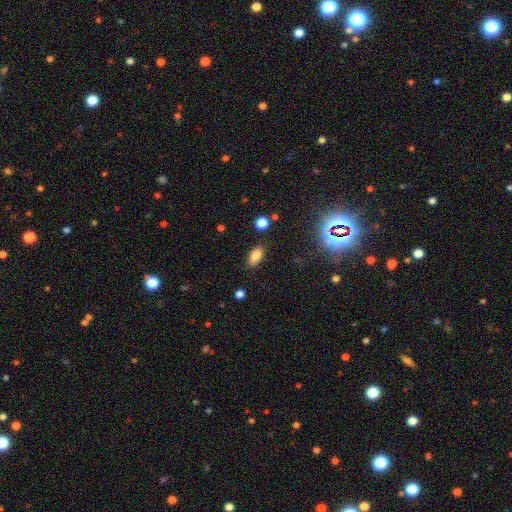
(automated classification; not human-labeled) A smooth galaxy with no disk features (82%) that is in between round and cigar-shaped (88%).

Vote fractions:
- Smooth or featured? smooth: 82% / star or artifact: 11% / featured or disk: 8%
- How rounded? in between: 88% / cigar-shaped: 8% / round: 4%
- Merging? none: 86% / minor disturbance: 9% / major disturbance: 3% / merger: 2%